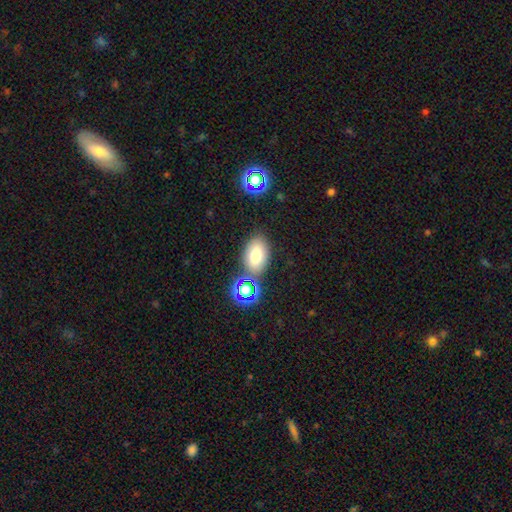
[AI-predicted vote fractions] This appears to be a smooth galaxy with no disk features (75%) that is in between round and cigar-shaped (86%). Merging: none (74%).